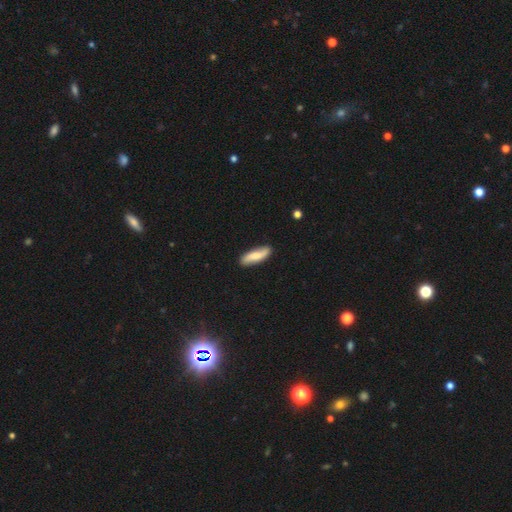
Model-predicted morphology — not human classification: Overall: smooth (57%; featured or disk 37%). How rounded: cigar-shaped (52%; in between 46%). Merging: none (83%).